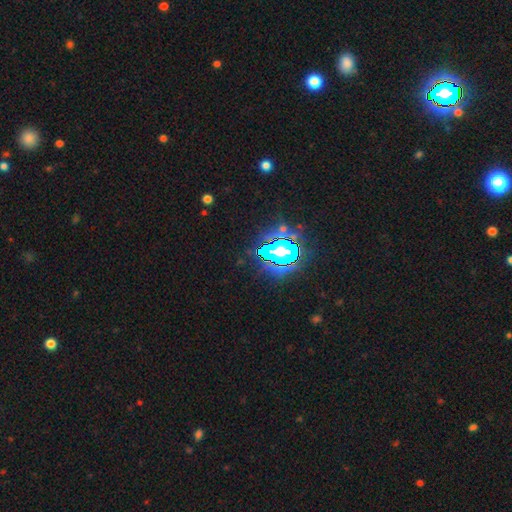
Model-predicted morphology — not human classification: The model was most divided on "smooth or featured": star or artifact: 82%, smooth: 11%, featured or disk: 7%.